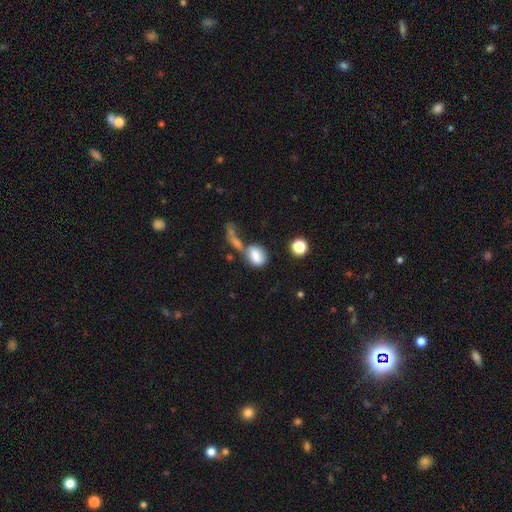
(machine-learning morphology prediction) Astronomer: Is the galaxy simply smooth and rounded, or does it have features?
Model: smooth — 78%.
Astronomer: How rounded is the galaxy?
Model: in between — 66%.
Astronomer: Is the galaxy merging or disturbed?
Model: merger — 45% (runner-up: none, 29%).